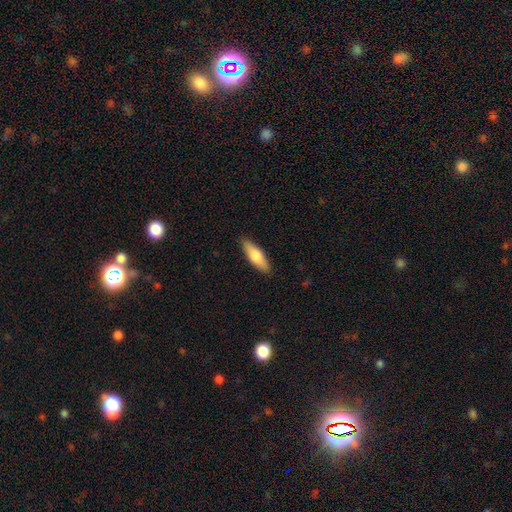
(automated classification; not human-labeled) Overall: smooth (72%). How rounded: in between (51%; cigar-shaped 47%). Merging: none (89%).